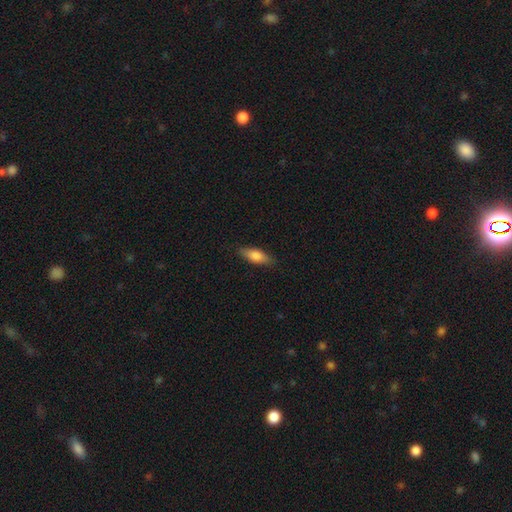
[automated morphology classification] smooth_or_featured: smooth (p=0.77) [alt: featured or disk p=0.17]
how_rounded: in between (p=0.69) [alt: cigar-shaped p=0.28]
merging: none (p=0.85) [alt: minor disturbance p=0.12]